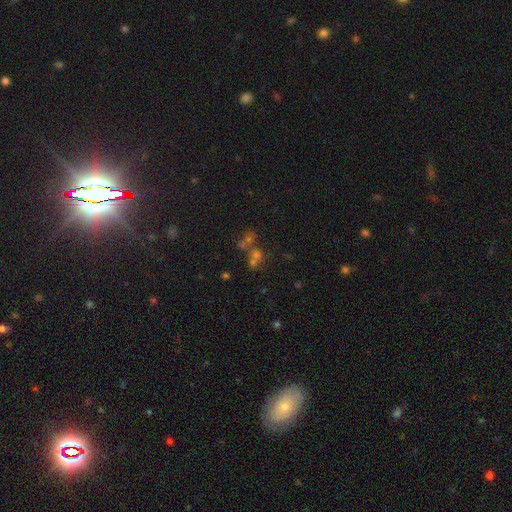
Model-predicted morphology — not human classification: Smooth or featured? star or artifact (41%)